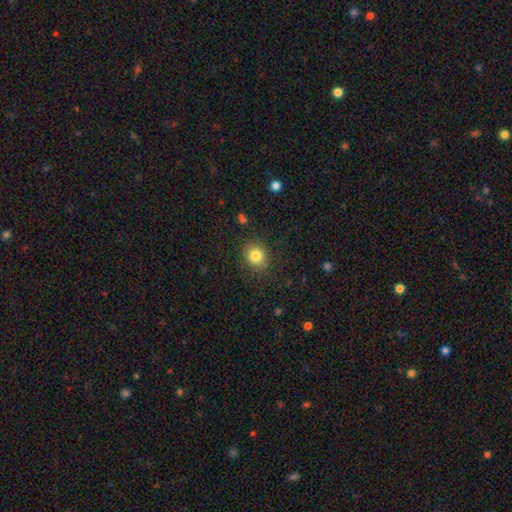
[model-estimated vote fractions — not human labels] Smooth or featured: smooth — 82% (star or artifact — 11%)
How rounded: round — 70% (in between — 29%)
Merging: none — 84% (minor disturbance — 11%)